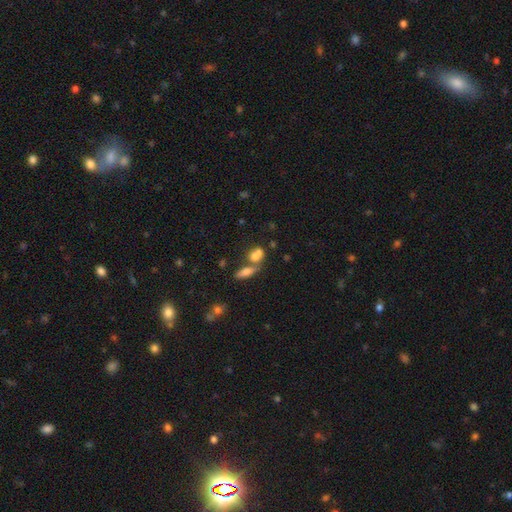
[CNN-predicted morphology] A smooth galaxy with no disk features (72%) that is in between round and cigar-shaped (59%). Merging: merger (53%).